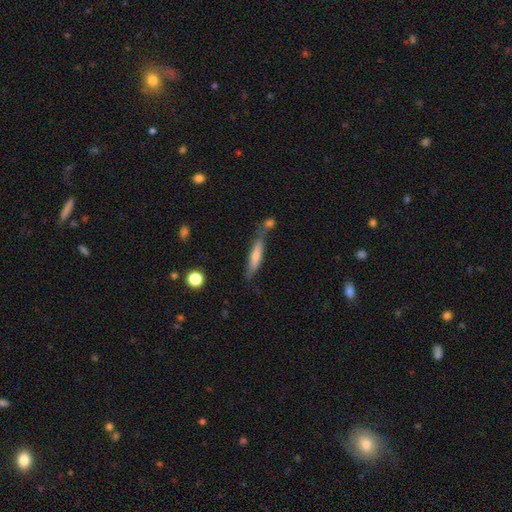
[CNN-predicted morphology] This appears to be a smooth galaxy with no disk features (47%). Merging: none (66%).